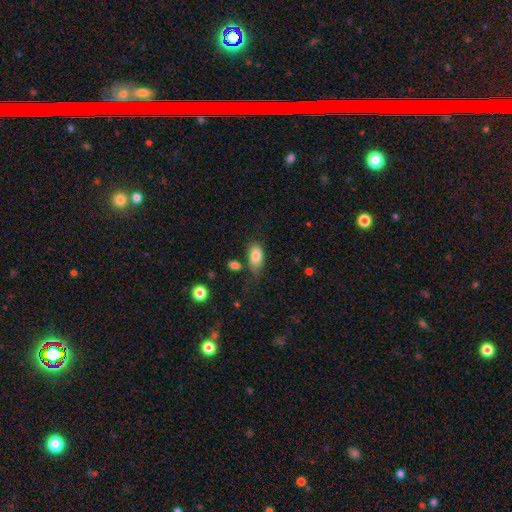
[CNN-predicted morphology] Overall: smooth (84%). How rounded: in between (91%). Merging: none (59%; minor disturbance 25%).